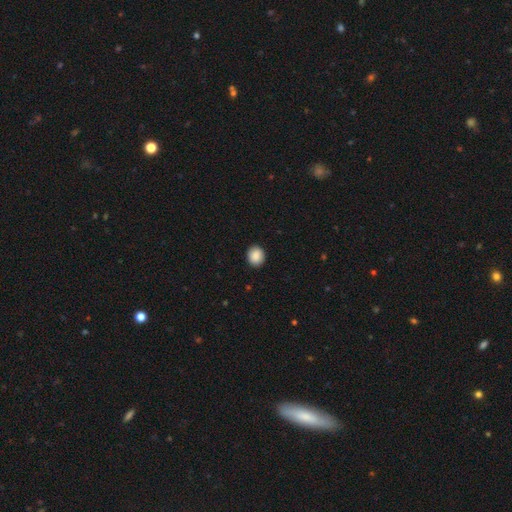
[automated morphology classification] Smooth or featured? Predicted: smooth (p=0.89). How rounded? Predicted: round (p=0.78). Merging? Predicted: none (p=0.91).